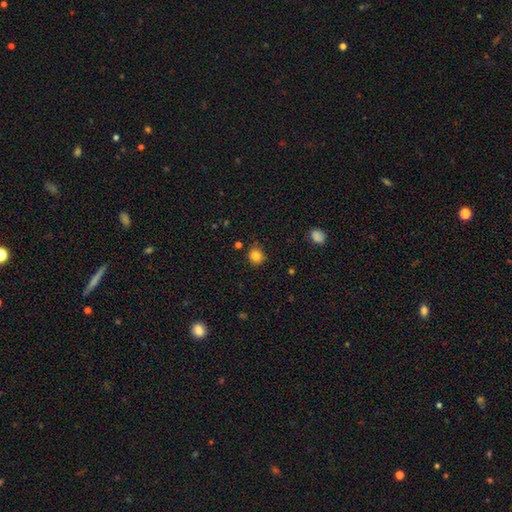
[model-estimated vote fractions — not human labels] This appears to be a smooth galaxy with no disk features (82%) that is round (80%). Merging: none (81%).